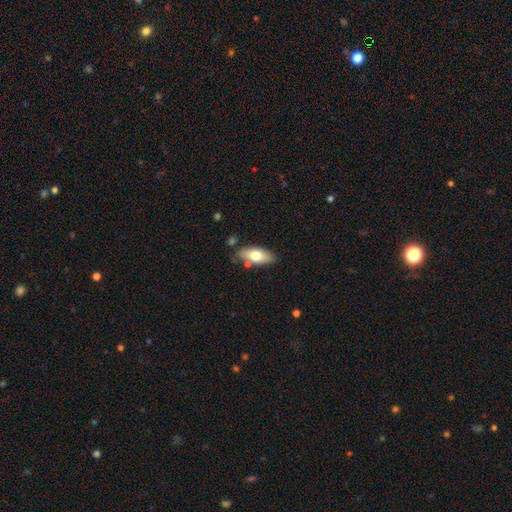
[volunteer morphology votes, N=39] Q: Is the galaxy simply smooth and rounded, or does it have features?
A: smooth — 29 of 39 (74%).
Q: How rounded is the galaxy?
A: in between — 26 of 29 (90%).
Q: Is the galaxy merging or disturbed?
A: none — 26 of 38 (68%).